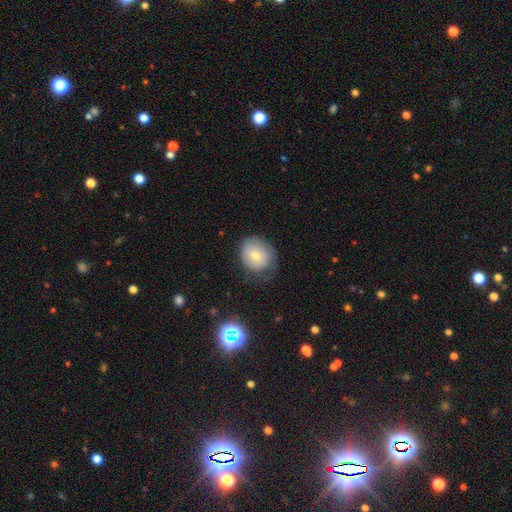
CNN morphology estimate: A smooth galaxy with no disk features (67%) that is round (68%). Merging: none (56%).